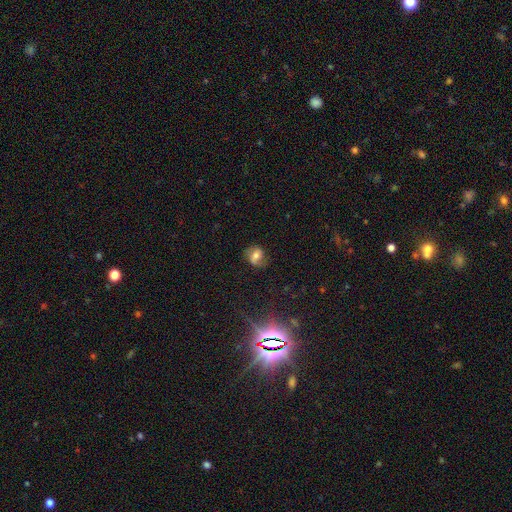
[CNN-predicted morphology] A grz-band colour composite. It shows a featured or disk galaxy (48%). Merging: none (73%).